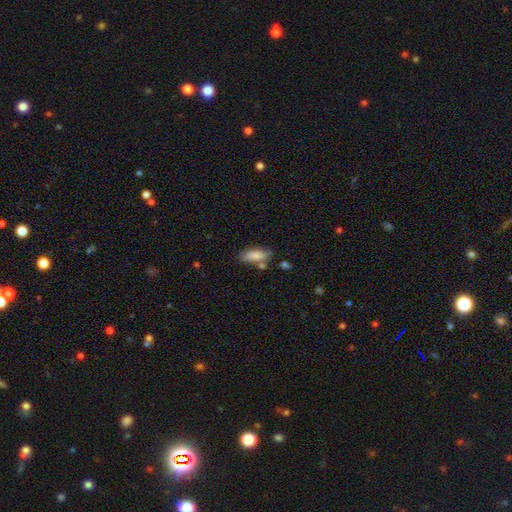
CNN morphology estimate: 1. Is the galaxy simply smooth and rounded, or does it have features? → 83% smooth, 10% featured or disk, 7% star or artifact.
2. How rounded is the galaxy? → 73% in between, 25% cigar-shaped, 2% round.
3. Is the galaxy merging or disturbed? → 65% none, 18% minor disturbance, 13% merger, 5% major disturbance.